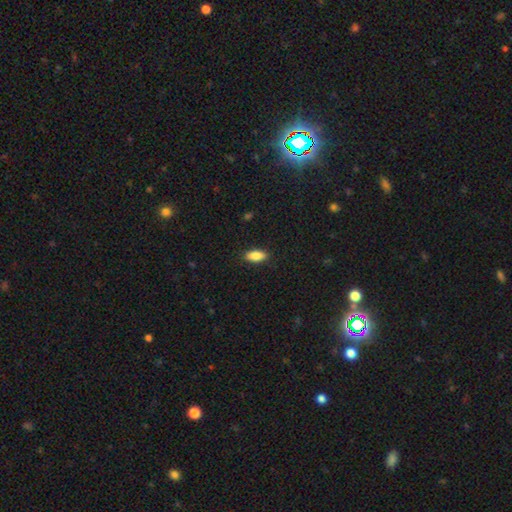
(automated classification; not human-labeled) A smooth galaxy with no disk features (86%) that is in between round and cigar-shaped (85%).

Vote fractions:
- Smooth or featured? smooth: 86% / star or artifact: 7% / featured or disk: 7%
- How rounded? in between: 85% / cigar-shaped: 12% / round: 3%
- Merging? none: 88% / minor disturbance: 9% / major disturbance: 2% / merger: 1%